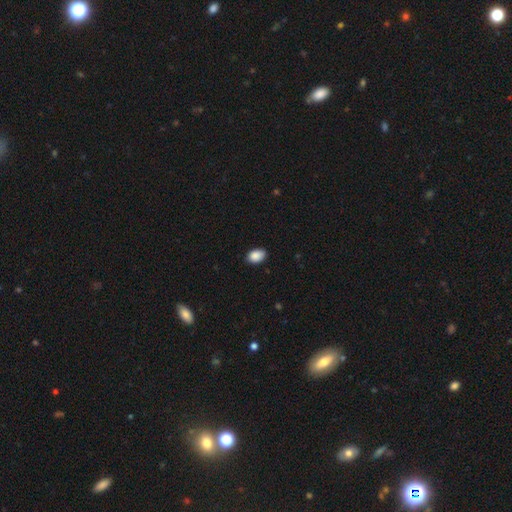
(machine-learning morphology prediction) smooth_or_featured: smooth (p=0.89) [alt: star or artifact p=0.07]
how_rounded: in between (p=0.88) [alt: round p=0.10]
merging: none (p=0.85) [alt: minor disturbance p=0.12]